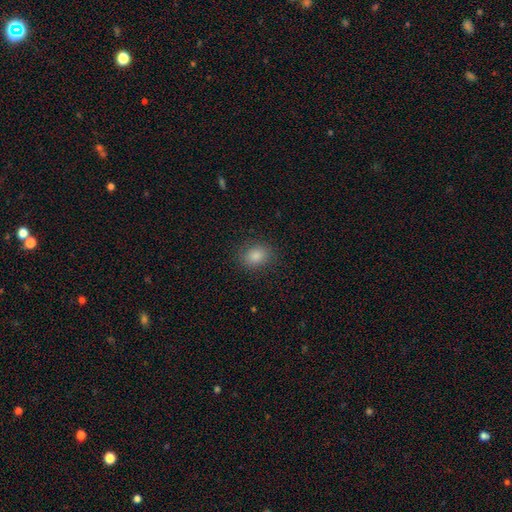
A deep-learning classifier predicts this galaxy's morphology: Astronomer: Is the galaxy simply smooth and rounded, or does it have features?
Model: smooth — 82%.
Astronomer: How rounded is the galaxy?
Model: in between — 54% (runner-up: round, 45%).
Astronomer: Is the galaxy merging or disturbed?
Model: none — 86%.